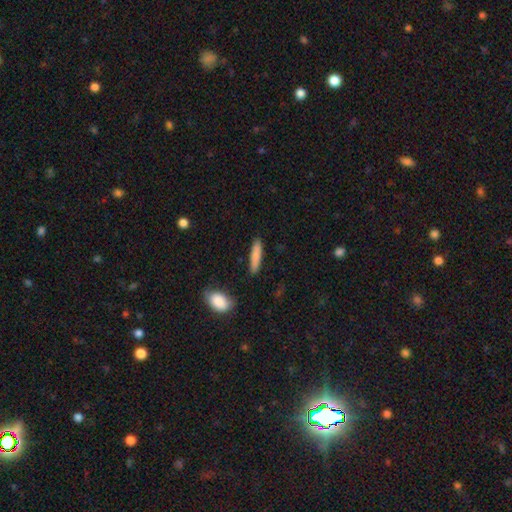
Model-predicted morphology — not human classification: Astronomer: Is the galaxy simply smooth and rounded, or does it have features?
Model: smooth — 81%.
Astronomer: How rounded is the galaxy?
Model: cigar-shaped — 82%.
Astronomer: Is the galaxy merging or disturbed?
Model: none — 86%.